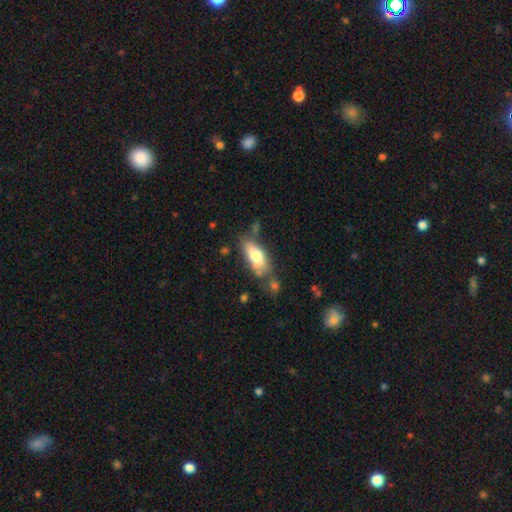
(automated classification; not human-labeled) This is likely a smooth galaxy (68%). How rounded: clearly in between (82%). Merging: possibly none (51%).